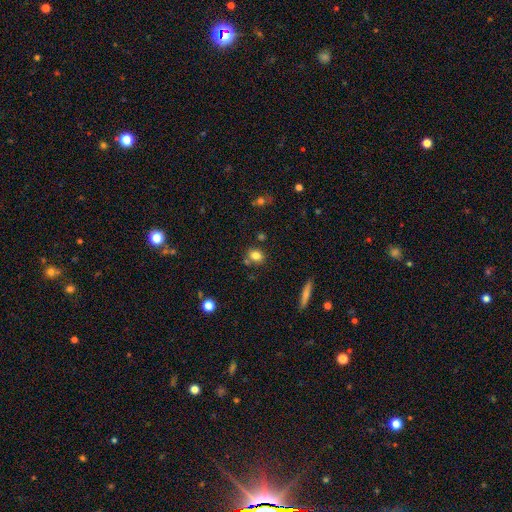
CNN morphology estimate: Q: Smooth or featured?
A: smooth (79%); runner-up: star or artifact (12%)
Q: How rounded?
A: round (52%); runner-up: in between (46%)
Q: Merging?
A: none (71%); runner-up: merger (13%)